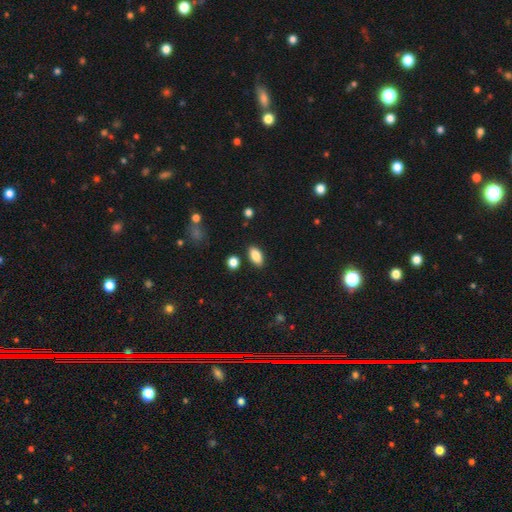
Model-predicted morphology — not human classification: This appears to be a smooth galaxy with no disk features (85%) that is in between round and cigar-shaped (89%). Merging: none (86%).